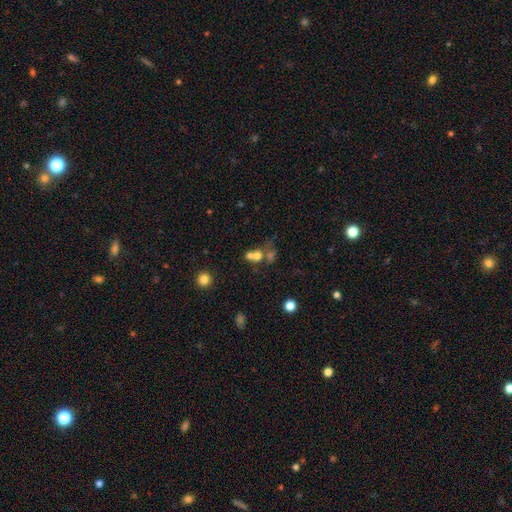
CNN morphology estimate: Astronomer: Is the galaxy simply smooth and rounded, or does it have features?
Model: smooth — 63%.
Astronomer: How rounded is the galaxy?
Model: round — 69%.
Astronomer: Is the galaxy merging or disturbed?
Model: merger — 58%.